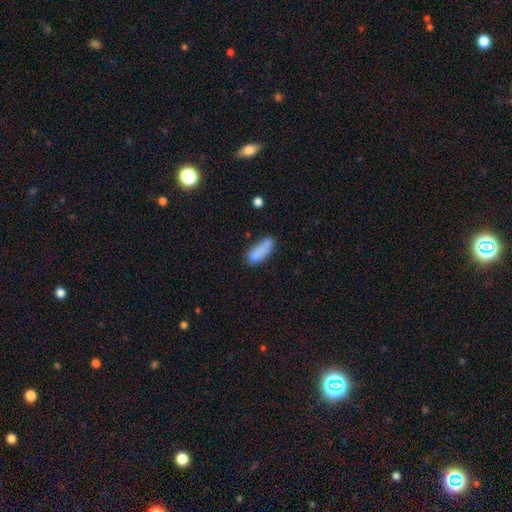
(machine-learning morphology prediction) Smooth or featured? smooth (72%)
How rounded? in between (67%)
Merging? none (44%)